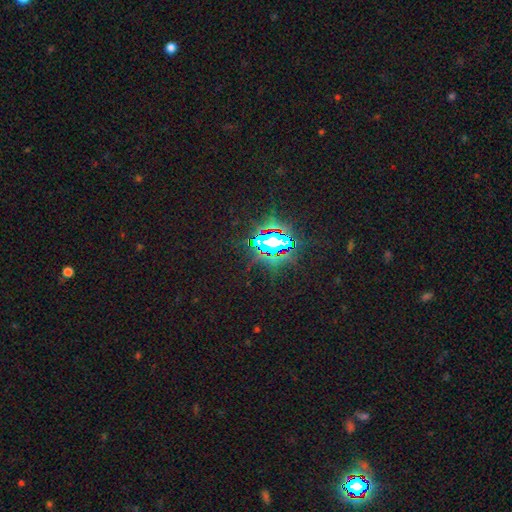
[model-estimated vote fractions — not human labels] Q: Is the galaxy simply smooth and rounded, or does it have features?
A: star or artifact — 82%.